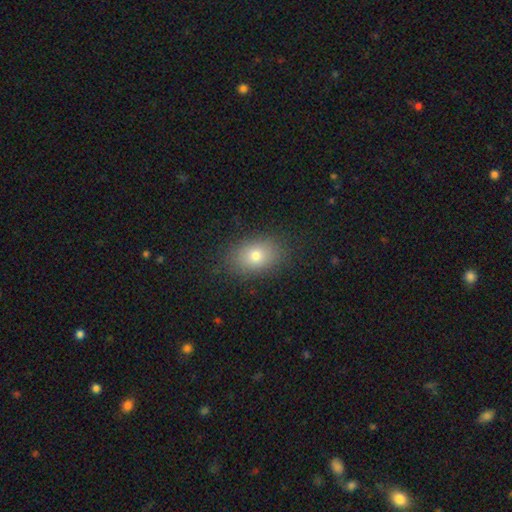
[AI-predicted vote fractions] Q: Smooth or featured?
A: smooth (77%); runner-up: featured or disk (12%)
Q: How rounded?
A: in between (76%); runner-up: round (22%)
Q: Merging?
A: none (86%); runner-up: minor disturbance (10%)